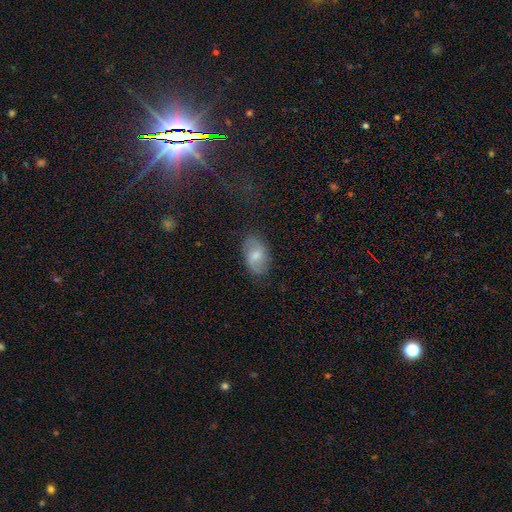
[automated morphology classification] The model was most divided on "smooth or featured": smooth: 54%, featured or disk: 39%, star or artifact: 7%. More confident: how rounded — in between (91%); merging — none (79%).